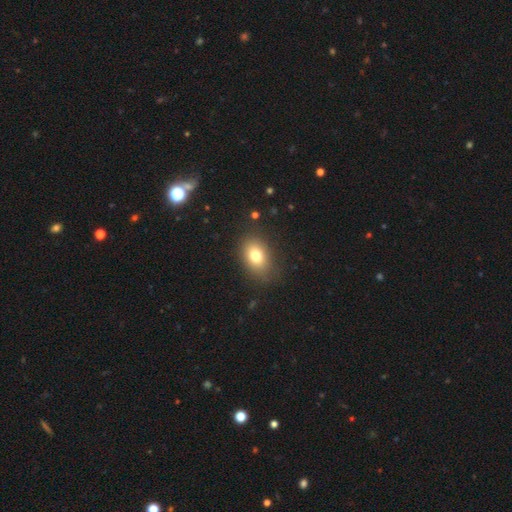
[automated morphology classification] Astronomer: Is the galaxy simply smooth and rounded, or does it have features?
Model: smooth — 77%.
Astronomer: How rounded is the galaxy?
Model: in between — 75%.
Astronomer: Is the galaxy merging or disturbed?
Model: none — 82%.